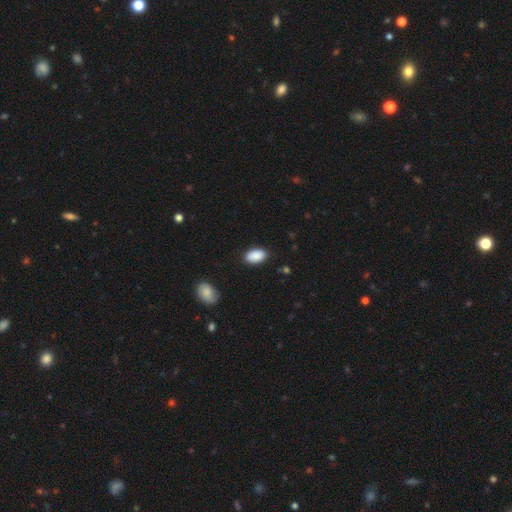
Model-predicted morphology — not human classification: This is clearly a smooth galaxy (90%). How rounded: clearly in between (94%). Merging: clearly none (87%).